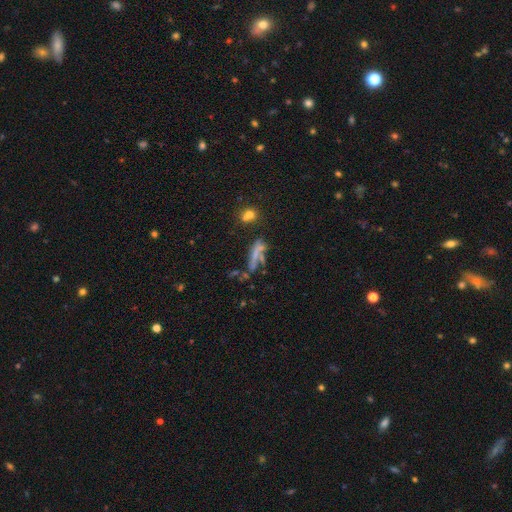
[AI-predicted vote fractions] smooth-or-featured: smooth: 49% | featured or disk: 33% | star or artifact: 18%
  merging: none: 39% | merger: 25% | major disturbance: 19% | minor disturbance: 17%